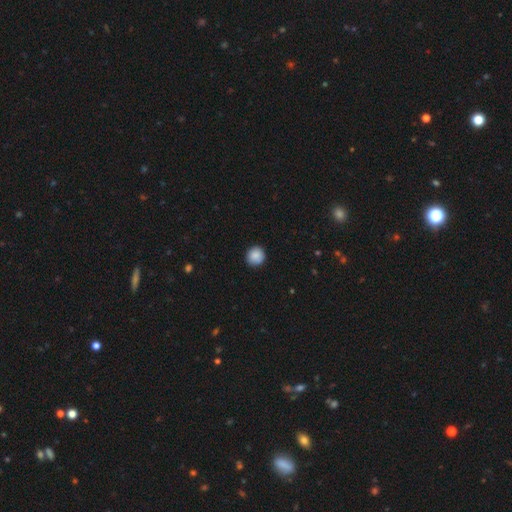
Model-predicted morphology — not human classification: This appears to be a smooth galaxy with no disk features (88%) that is round (93%). Merging: none (90%).